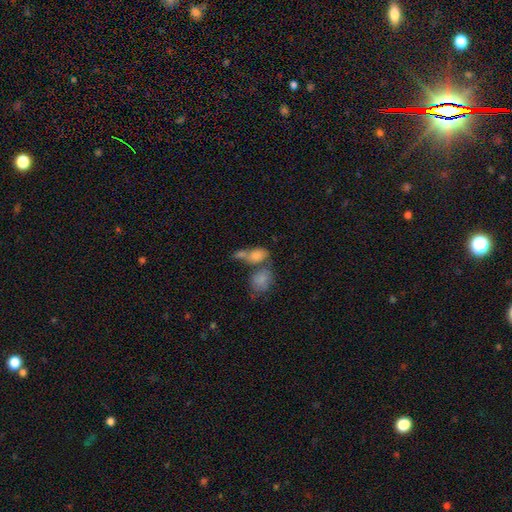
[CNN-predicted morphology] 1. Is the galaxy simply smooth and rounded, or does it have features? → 71% smooth, 16% featured or disk, 13% star or artifact.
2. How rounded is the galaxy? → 77% in between, 18% round, 6% cigar-shaped.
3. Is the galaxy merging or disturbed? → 54% merger, 29% none, 11% minor disturbance, 7% major disturbance.